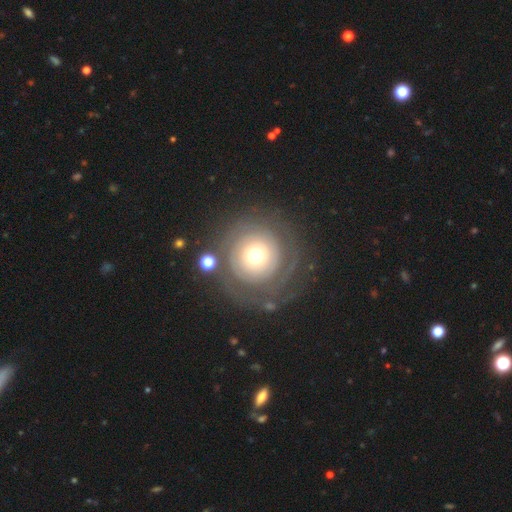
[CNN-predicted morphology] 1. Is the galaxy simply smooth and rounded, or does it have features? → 59% featured or disk, 33% smooth, 8% star or artifact.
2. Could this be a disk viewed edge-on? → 97% no, 3% yes.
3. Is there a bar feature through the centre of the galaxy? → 90% no, 8% weak, 3% strong.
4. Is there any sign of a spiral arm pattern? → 60% yes, 40% no.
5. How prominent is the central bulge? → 58% moderate, 19% large, 18% small, 4% dominant, 1% none.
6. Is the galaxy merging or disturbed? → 71% none, 13% minor disturbance, 12% major disturbance, 4% merger.